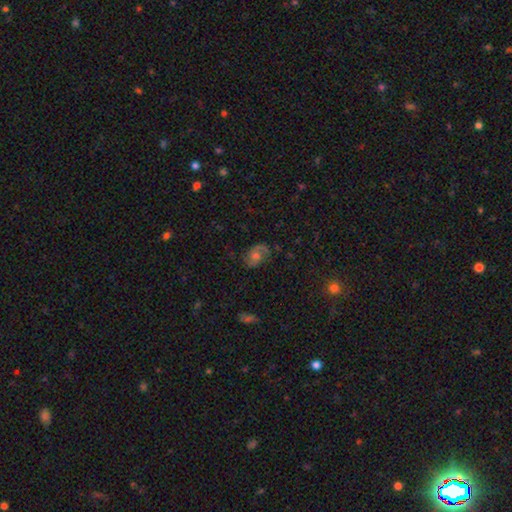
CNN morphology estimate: A featured or disk galaxy (67%) with no bar (63%), 2 (82%) medium (50%) spiral arms (92%) and a moderate central bulge (50%).

Vote fractions:
- Smooth or featured? featured or disk: 67% / smooth: 19% / star or artifact: 15%
- Edge-on disk? no: 97% / yes: 3%
- Bar? no: 63% / weak: 31% / strong: 6%
- Spiral arms? yes: 92% / no: 8%
- Spiral winding? medium: 50% / loose: 27% / tight: 23%
- Spiral arm count? 2: 82% / can't tell: 7% / 1: 7% / 3: 1% / 4: 1% / more than 4: 1%
- Bulge size? moderate: 50% / small: 29% / large: 10% / none: 9% / dominant: 2%
- Merging? none: 71% / minor disturbance: 17% / major disturbance: 10% / merger: 2%